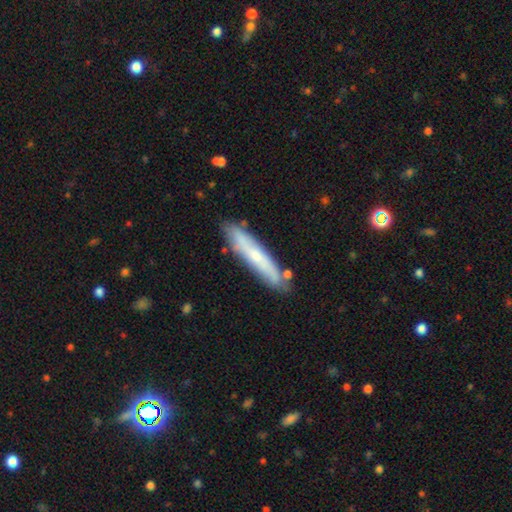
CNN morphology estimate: This is possibly a smooth galaxy (50%). How rounded: clearly cigar-shaped (87%). Merging: likely none (78%).